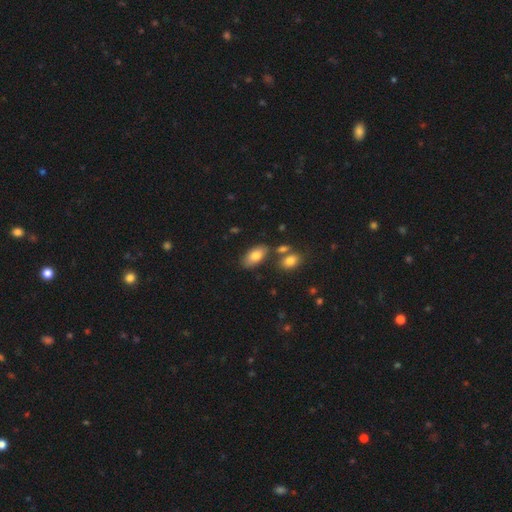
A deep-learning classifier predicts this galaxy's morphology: Q: Smooth or featured?
A: smooth (80%); runner-up: featured or disk (12%)
Q: How rounded?
A: in between (92%); runner-up: cigar-shaped (4%)
Q: Merging?
A: none (73%); runner-up: minor disturbance (13%)